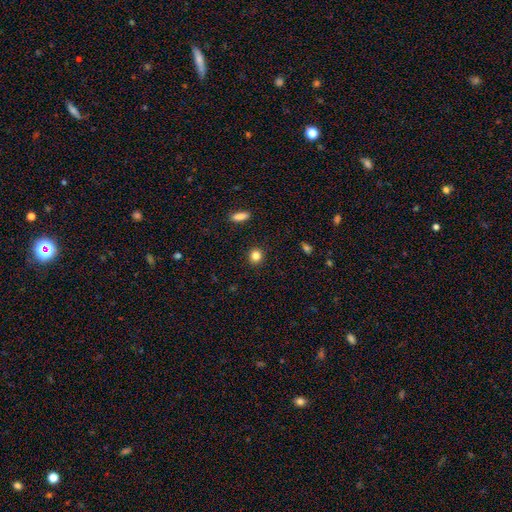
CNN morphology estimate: This is clearly a smooth galaxy (84%). How rounded: clearly round (85%). Merging: clearly none (92%).